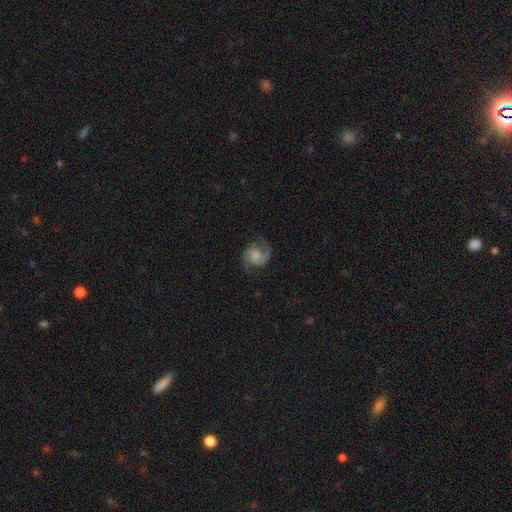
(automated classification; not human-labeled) Q: Smooth or featured?
A: featured or disk (83%); runner-up: smooth (10%)
Q: Edge-on disk?
A: no (98%); runner-up: yes (2%)
Q: Bar?
A: no (67%); runner-up: weak (29%)
Q: Spiral arms?
A: yes (97%); runner-up: no (3%)
Q: Spiral winding?
A: medium (53%); runner-up: tight (26%)
Q: Spiral arm count?
A: 2 (88%); runner-up: 1 (5%)
Q: Bulge size?
A: none (31%); runner-up: small (29%)
Q: Merging?
A: none (75%); runner-up: minor disturbance (15%)